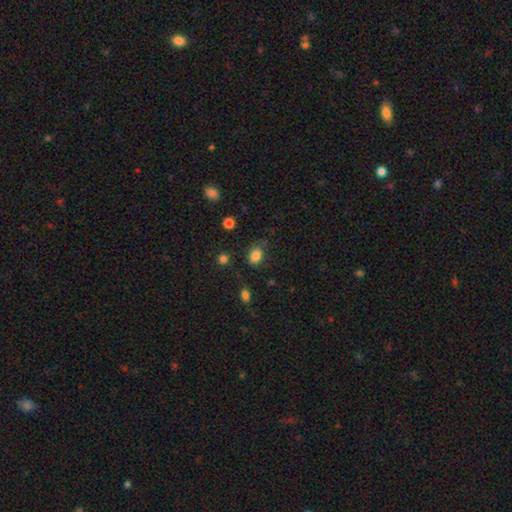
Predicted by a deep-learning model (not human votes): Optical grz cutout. It shows a smooth galaxy with no disk features (83%) that is in between round and cigar-shaped (60%). Merging: none (67%).